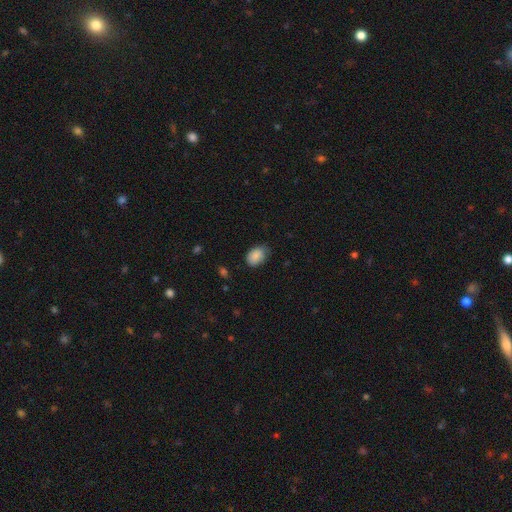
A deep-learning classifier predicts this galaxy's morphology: type=smooth (85%); roundness=in between (78%); merging=none (62%).